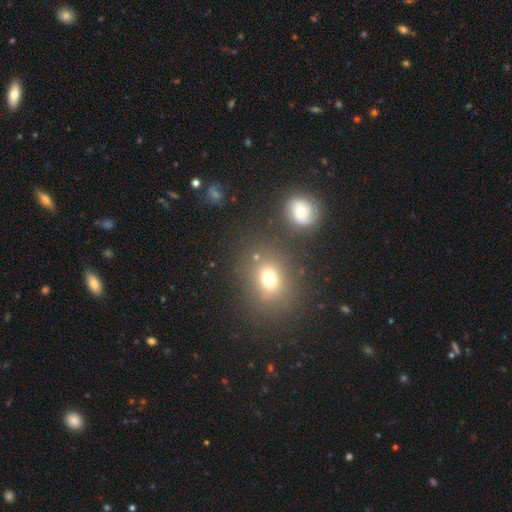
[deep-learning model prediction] smooth 54%, star or artifact 35%, featured or disk 11%. Down the decision tree: how rounded — round (65%); merging — none (76%).